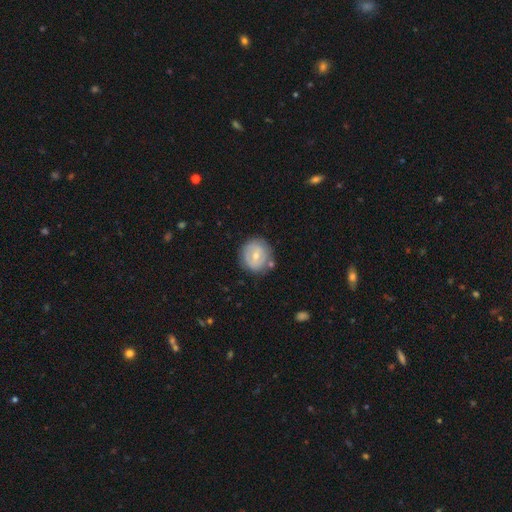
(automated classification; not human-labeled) This appears to be a smooth galaxy with no disk features (52%) that is round (85%). Merging: none (75%).